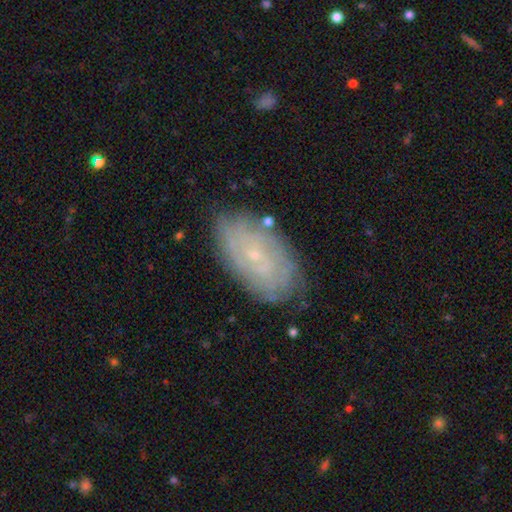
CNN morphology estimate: smooth-or-featured: featured or disk: 66% | smooth: 25% | star or artifact: 8%
  disk-edge-on: no: 94% | yes: 6%
    bar: no: 75% | weak: 22% | strong: 4%
    has-spiral-arms: yes: 80% | no: 20%
    bulge-size: small: 85% | moderate: 10% | none: 3% | large: 1% | dominant: 1%
  merging: none: 77% | minor disturbance: 16% | major disturbance: 4% | merger: 2%